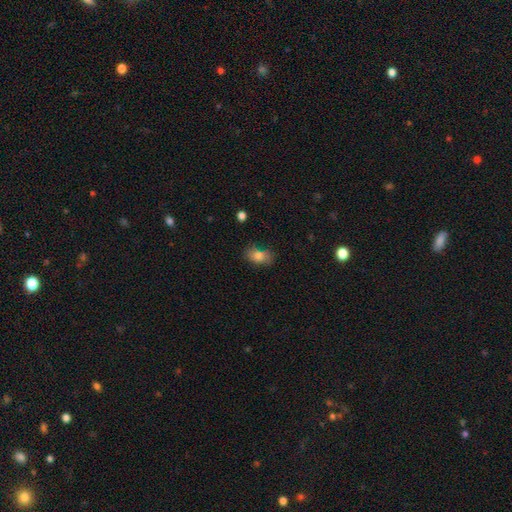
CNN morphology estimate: Smooth or featured? Predicted: smooth (p=0.75). How rounded? Predicted: in between (p=0.82). Merging? Predicted: none (p=0.73).